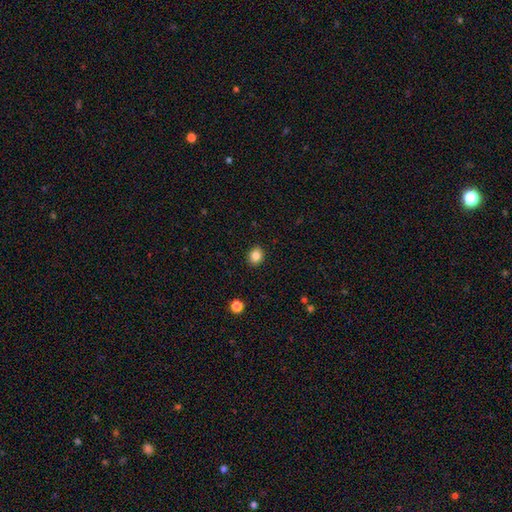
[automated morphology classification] Q: Smooth or featured?
A: smooth (85%); runner-up: star or artifact (11%)
Q: How rounded?
A: round (67%); runner-up: in between (32%)
Q: Merging?
A: none (90%); runner-up: minor disturbance (7%)